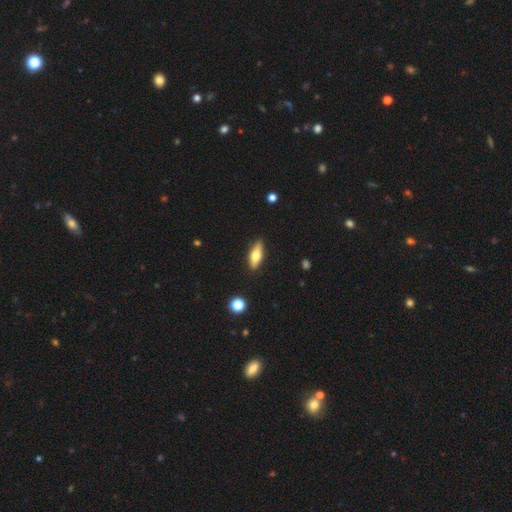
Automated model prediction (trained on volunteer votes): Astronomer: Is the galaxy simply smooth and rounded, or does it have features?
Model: smooth — 66%.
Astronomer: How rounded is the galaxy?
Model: in between — 62%.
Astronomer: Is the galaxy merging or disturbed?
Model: none — 85%.